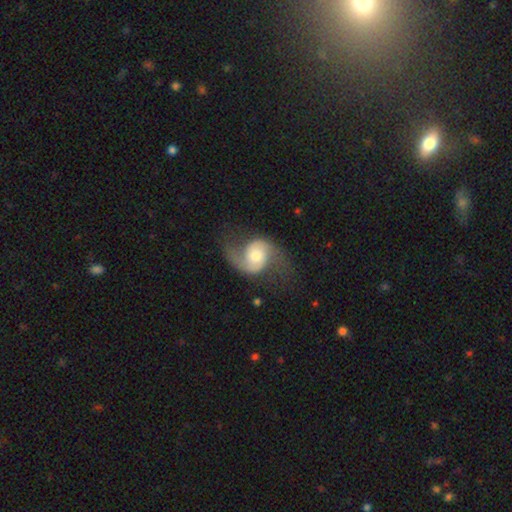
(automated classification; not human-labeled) This is clearly a featured or disk galaxy (85%). It is clearly not viewed edge-on (98%). Bar: likely no (61%). Spiral arm pattern: clearly yes (97%). Spiral arm count: clearly 2 (92%). Spiral winding: possibly loose (54%). Central bulge: possibly moderate (55%). Merging: likely none (66%).